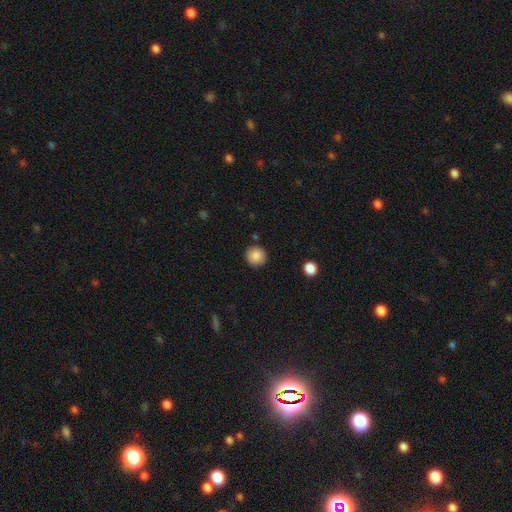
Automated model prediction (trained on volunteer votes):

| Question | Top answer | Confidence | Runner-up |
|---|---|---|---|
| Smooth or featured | smooth | 87% | star or artifact (9%) |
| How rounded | round | 94% | in between (5%) |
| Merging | none | 89% | minor disturbance (7%) |